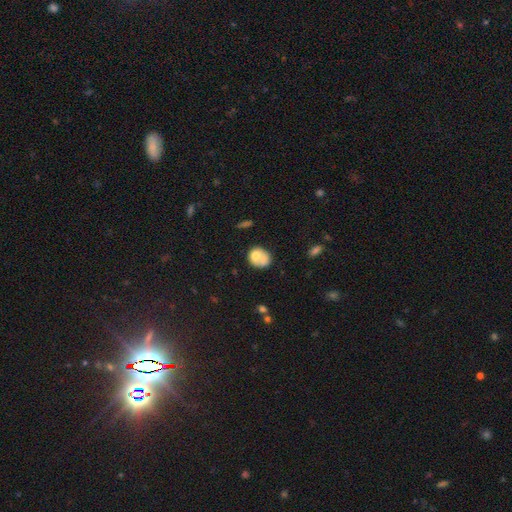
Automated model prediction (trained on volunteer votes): This appears to be a smooth galaxy with no disk features (68%) that is round (65%). Merging: none (42%).